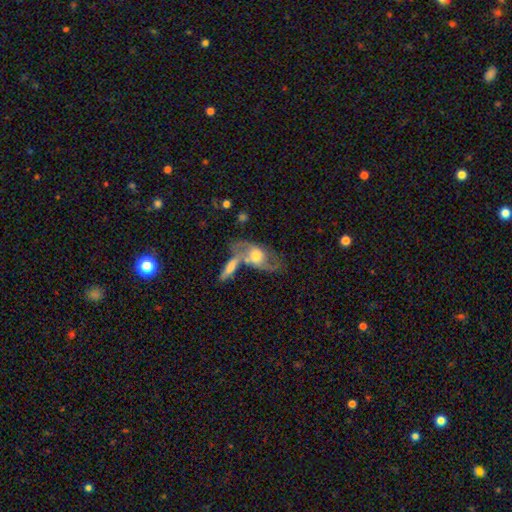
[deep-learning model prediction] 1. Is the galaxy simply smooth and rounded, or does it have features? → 64% featured or disk, 30% smooth, 7% star or artifact.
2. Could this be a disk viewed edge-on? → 89% no, 11% yes.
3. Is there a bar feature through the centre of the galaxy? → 64% no, 29% weak, 7% strong.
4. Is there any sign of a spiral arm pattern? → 81% yes, 19% no.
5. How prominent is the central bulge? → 58% moderate, 23% large, 14% small, 3% none, 2% dominant.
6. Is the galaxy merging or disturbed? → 47% merger, 28% none, 13% minor disturbance, 13% major disturbance.